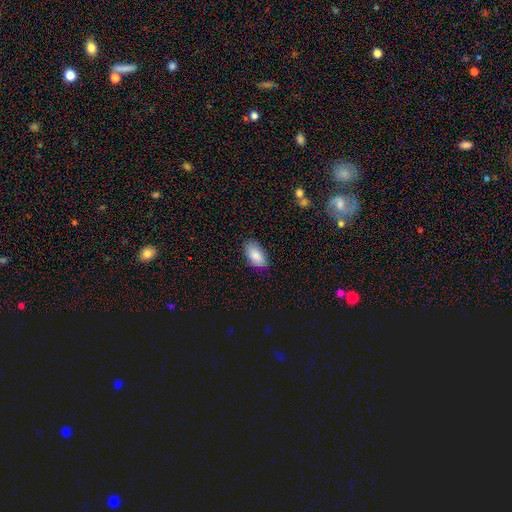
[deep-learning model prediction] Overall: smooth (87%). How rounded: in between (94%). Merging: none (82%).